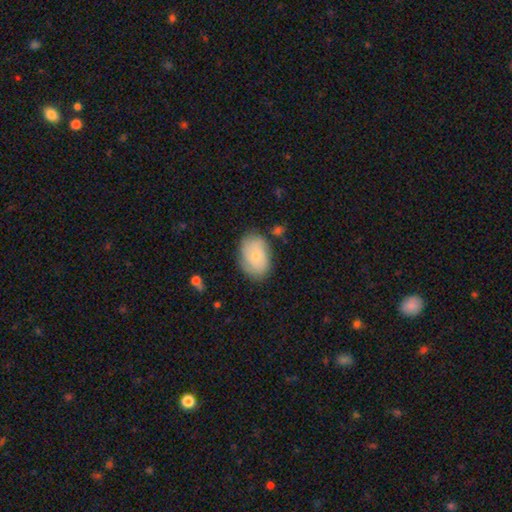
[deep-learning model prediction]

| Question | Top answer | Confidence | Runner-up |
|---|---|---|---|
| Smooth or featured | smooth | 62% | featured or disk (31%) |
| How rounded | in between | 85% | round (13%) |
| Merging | none | 75% | minor disturbance (18%) |